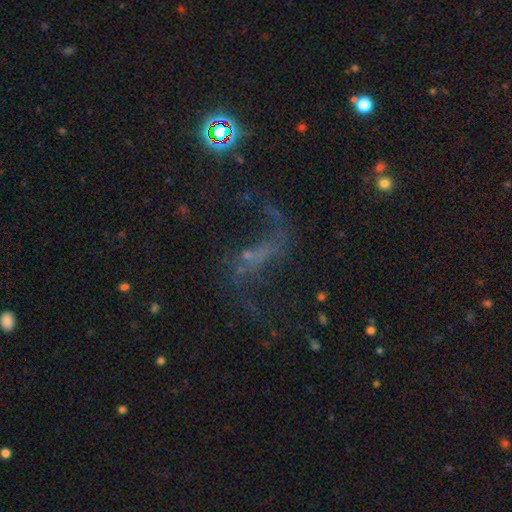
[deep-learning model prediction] The model was most divided on "merging": none: 44%, major disturbance: 31%, minor disturbance: 16%, merger: 9%. More confident: edge-on disk — no (93%); spiral arms — yes (62%); smooth or featured — featured or disk (58%); bar — no (53%); bulge size — none (50%).